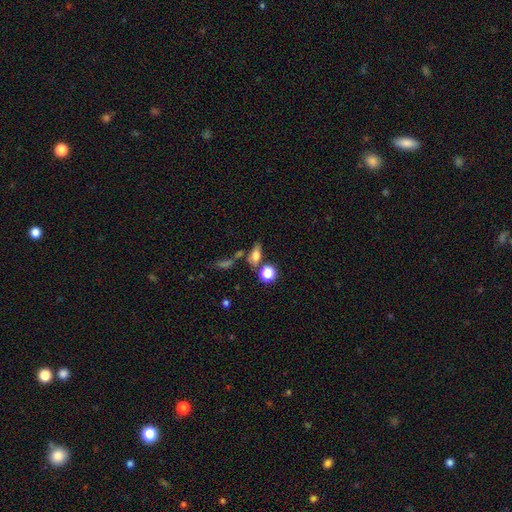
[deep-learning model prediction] Q: Smooth or featured?
A: smooth (68%); runner-up: featured or disk (17%)
Q: How rounded?
A: in between (72%); runner-up: round (18%)
Q: Merging?
A: none (59%); runner-up: merger (19%)